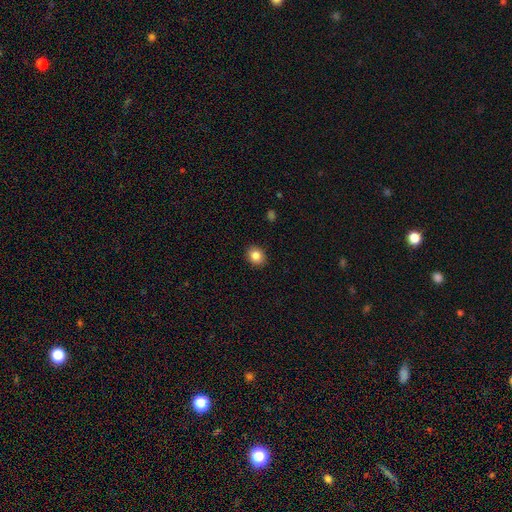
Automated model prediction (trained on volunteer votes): smooth-or-featured: smooth: 85% | star or artifact: 9% | featured or disk: 6%
  how-rounded: round: 65% | in between: 34% | cigar-shaped: 1%
  merging: none: 90% | minor disturbance: 7% | major disturbance: 2% | merger: 1%